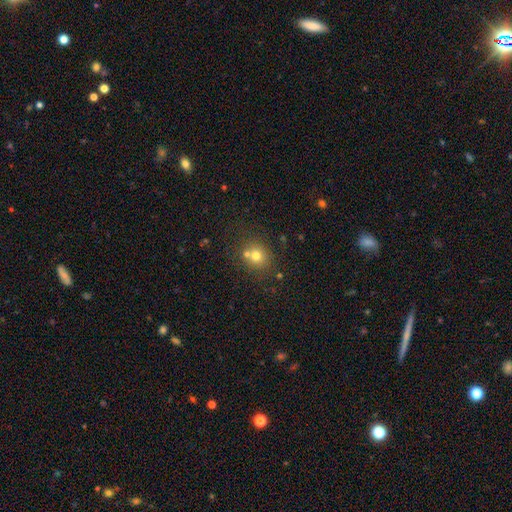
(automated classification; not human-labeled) Smooth or featured? smooth (71%)
How rounded? round (83%)
Merging? none (61%)